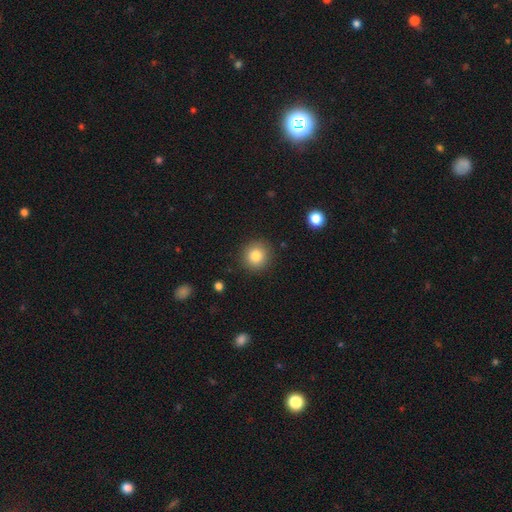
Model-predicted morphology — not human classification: smooth-or-featured: smooth: 83% | star or artifact: 10% | featured or disk: 7%
  how-rounded: round: 92% | in between: 7% | cigar-shaped: 1%
  merging: none: 89% | minor disturbance: 7% | major disturbance: 2% | merger: 1%